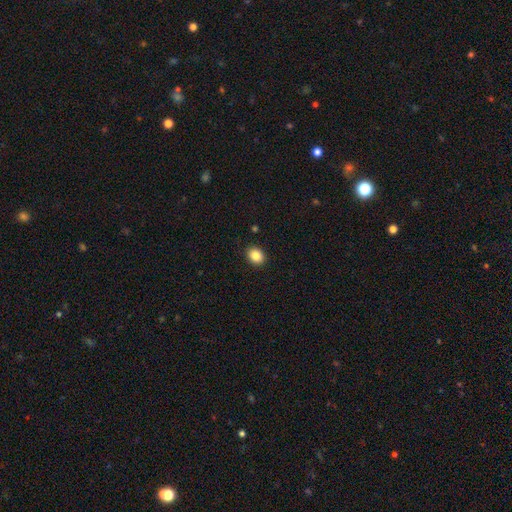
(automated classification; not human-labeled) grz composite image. It shows a smooth galaxy with no disk features (86%) that is in between round and cigar-shaped (50%). Merging: none (91%).